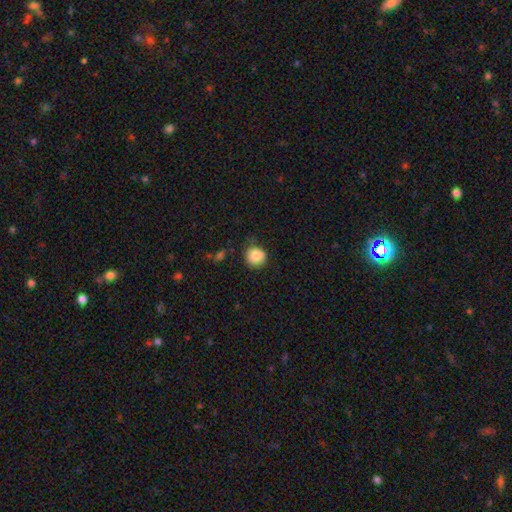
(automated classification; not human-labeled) smooth-or-featured: smooth: 87% | star or artifact: 9% | featured or disk: 4%
  how-rounded: round: 90% | in between: 9% | cigar-shaped: 1%
  merging: none: 78% | minor disturbance: 17% | major disturbance: 4% | merger: 2%